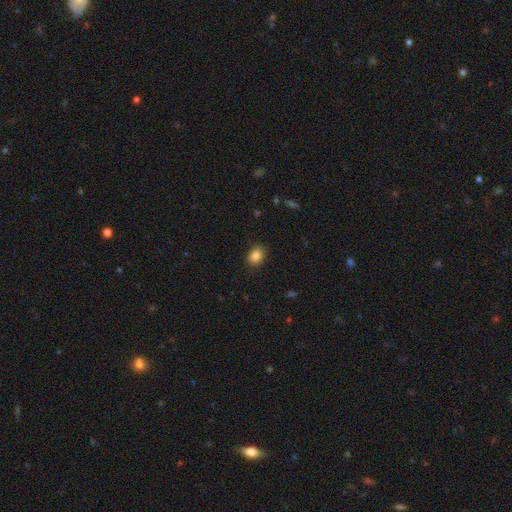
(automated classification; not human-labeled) Smooth or featured? smooth (87%)
How rounded? in between (62%)
Merging? none (85%)